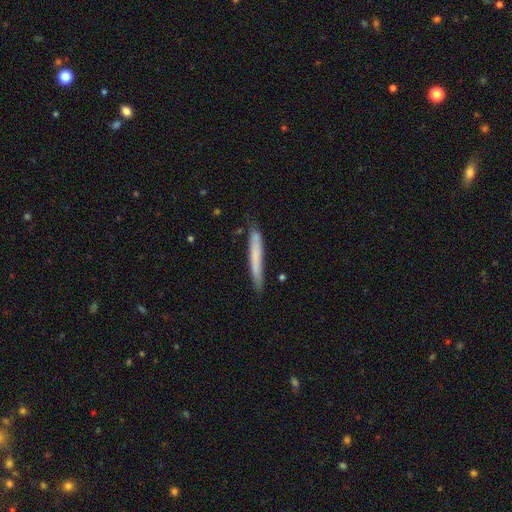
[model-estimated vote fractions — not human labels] Smooth or featured? smooth (66%)
How rounded? cigar-shaped (96%)
Merging? none (77%)